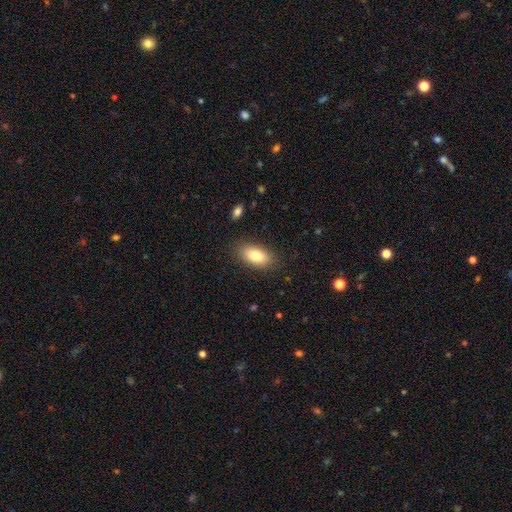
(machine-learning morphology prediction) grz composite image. It shows a smooth galaxy with no disk features (82%) that is in between round and cigar-shaped (91%). Merging: none (85%).